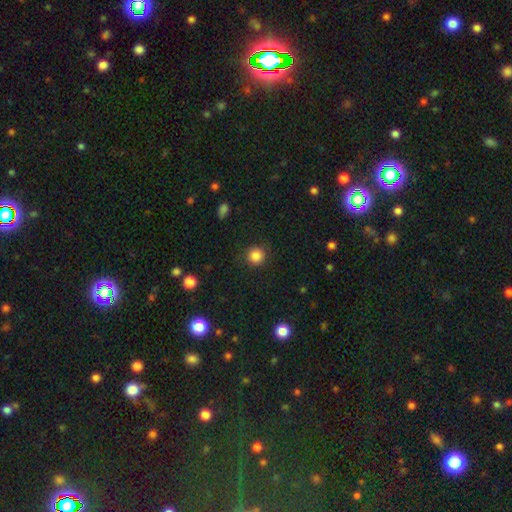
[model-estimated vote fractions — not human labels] smooth_or_featured: smooth (p=0.85) [alt: star or artifact p=0.11]
how_rounded: round (p=0.93) [alt: in between p=0.06]
merging: none (p=0.87) [alt: minor disturbance p=0.09]